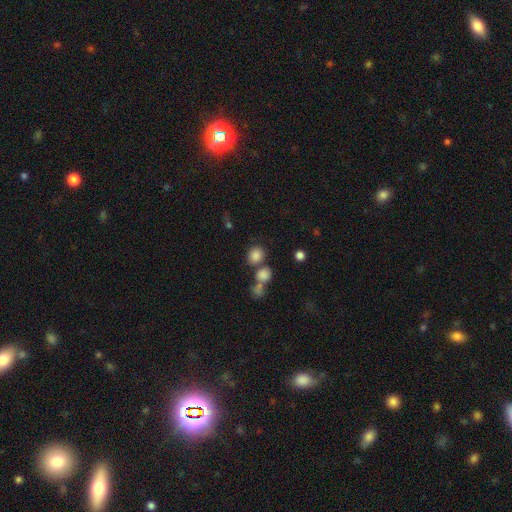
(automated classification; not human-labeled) Morphology: type=smooth (82%); roundness=round (71%); merging=none (61%).